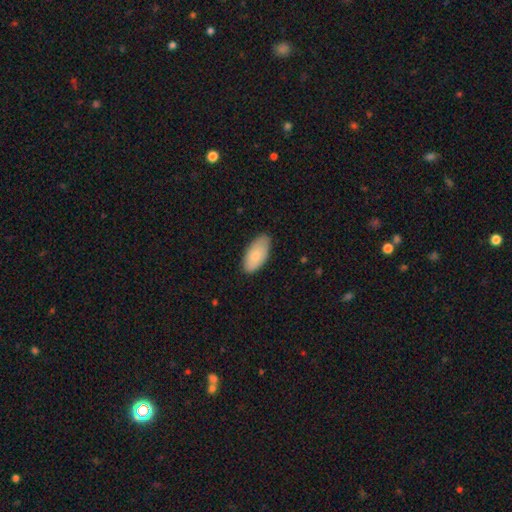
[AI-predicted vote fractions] Q: Smooth or featured?
A: smooth (79%); runner-up: featured or disk (15%)
Q: How rounded?
A: in between (94%); runner-up: cigar-shaped (3%)
Q: Merging?
A: none (78%); runner-up: minor disturbance (19%)